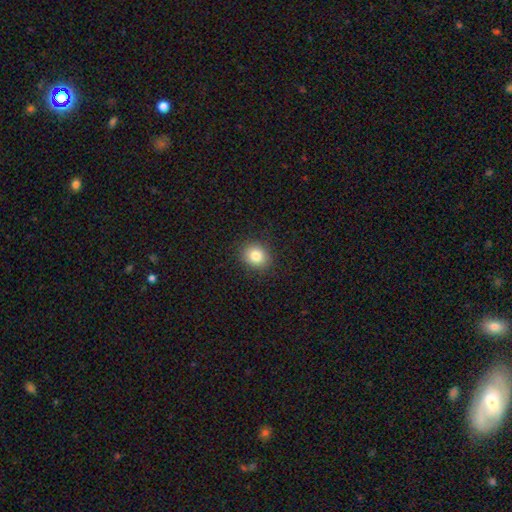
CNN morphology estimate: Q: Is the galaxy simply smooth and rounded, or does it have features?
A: smooth — 83%.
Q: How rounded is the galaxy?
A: round — 71%.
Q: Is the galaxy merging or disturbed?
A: none — 90%.